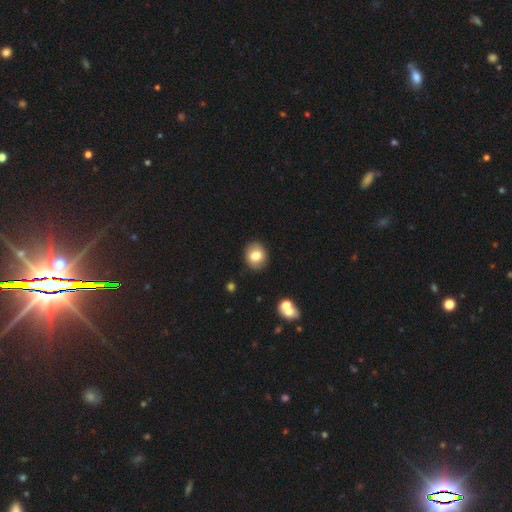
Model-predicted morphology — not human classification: smooth 78%, featured or disk 13%, star or artifact 9%. Down the decision tree: how rounded — round (70%); merging — none (88%).